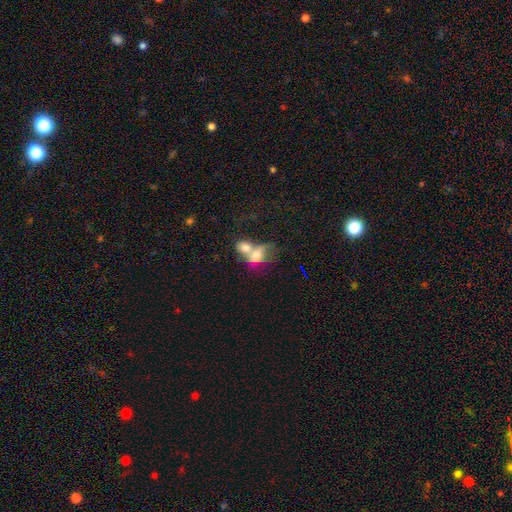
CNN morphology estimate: smooth 65%, featured or disk 25%, star or artifact 10%. Down the decision tree: how rounded — in between (70%); merging — merger (78%).